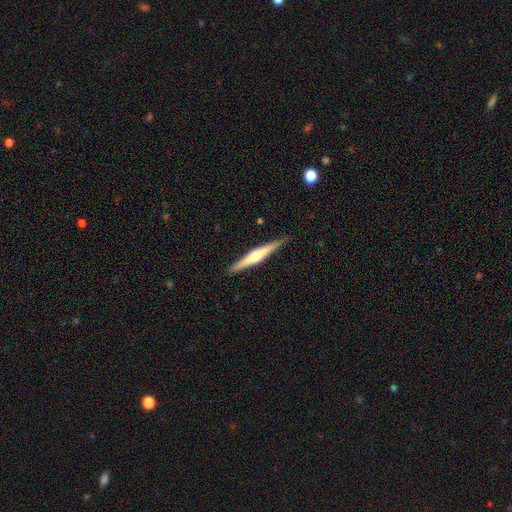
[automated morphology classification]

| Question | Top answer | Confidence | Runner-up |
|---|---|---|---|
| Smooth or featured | featured or disk | 68% | smooth (27%) |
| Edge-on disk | yes | 97% | no (3%) |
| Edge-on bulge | rounded | 86% | none (7%) |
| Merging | none | 89% | minor disturbance (8%) |